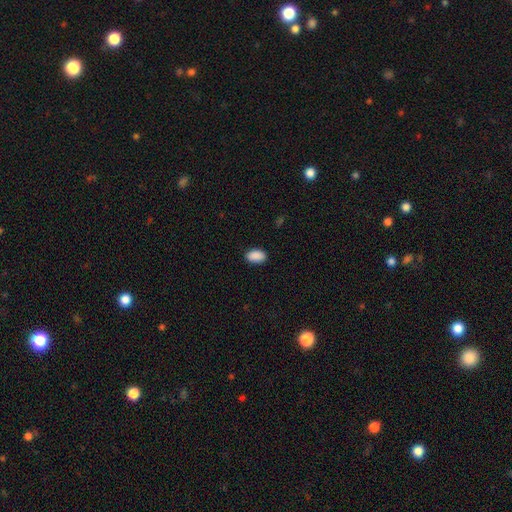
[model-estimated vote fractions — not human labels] A smooth galaxy with no disk features (90%) that is in between round and cigar-shaped (92%).

Vote fractions:
- Smooth or featured? smooth: 90% / star or artifact: 7% / featured or disk: 2%
- How rounded? in between: 92% / round: 7% / cigar-shaped: 1%
- Merging? none: 87% / minor disturbance: 10% / major disturbance: 2% / merger: 1%